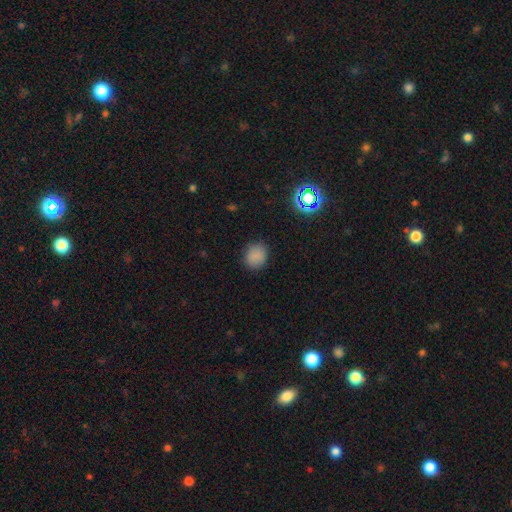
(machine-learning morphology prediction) This is clearly a smooth galaxy (84%). How rounded: likely round (76%). Merging: clearly none (86%).